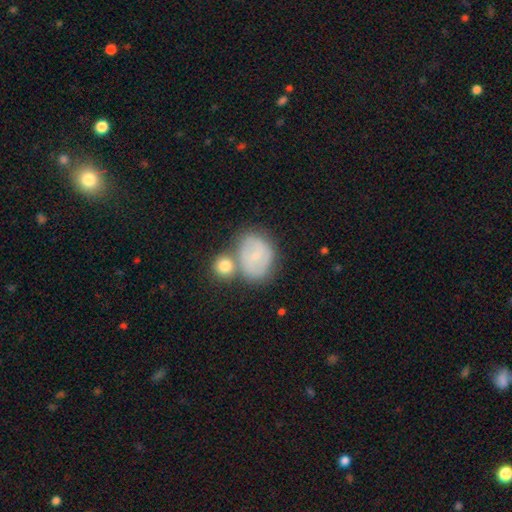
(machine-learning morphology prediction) smooth-or-featured: smooth: 50% | featured or disk: 41% | star or artifact: 9%
  how-rounded: in between: 50% | round: 49% | cigar-shaped: 1%
  merging: none: 46% | merger: 27% | minor disturbance: 19% | major disturbance: 8%